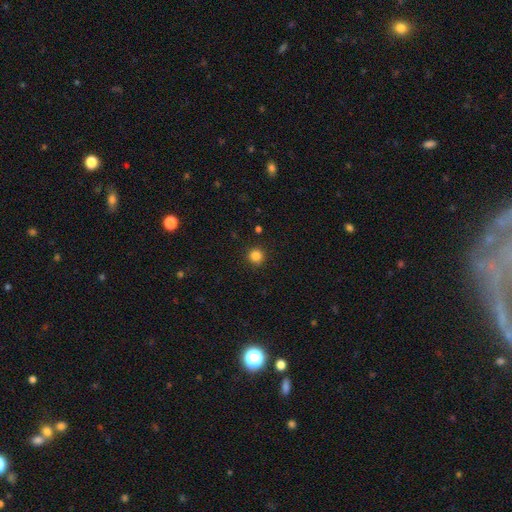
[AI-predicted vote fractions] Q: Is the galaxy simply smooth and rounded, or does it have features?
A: smooth — 84%.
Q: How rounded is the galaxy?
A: round — 95%.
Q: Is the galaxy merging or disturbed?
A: none — 91%.